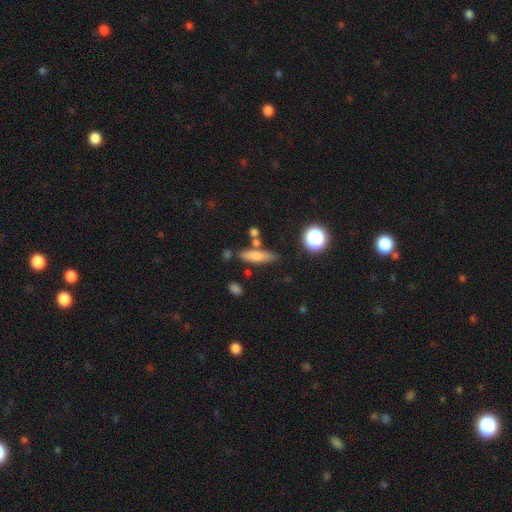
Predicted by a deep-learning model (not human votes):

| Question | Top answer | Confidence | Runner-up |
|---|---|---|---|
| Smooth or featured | smooth | 72% | featured or disk (19%) |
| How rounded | cigar-shaped | 65% | in between (31%) |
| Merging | none | 69% | minor disturbance (16%) |